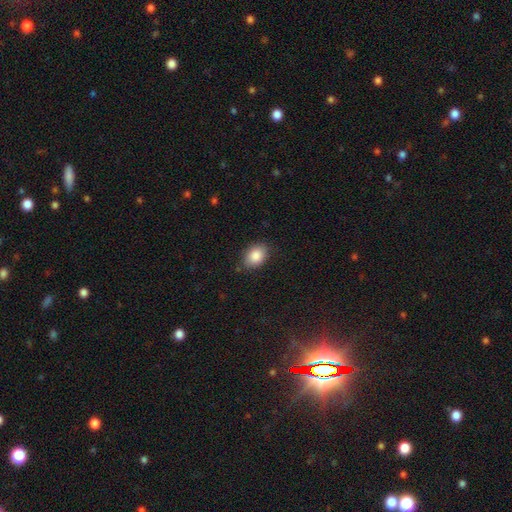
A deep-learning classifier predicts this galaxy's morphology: A smooth galaxy with no disk features (86%) that is in between round and cigar-shaped (77%). Merging: none (81%).